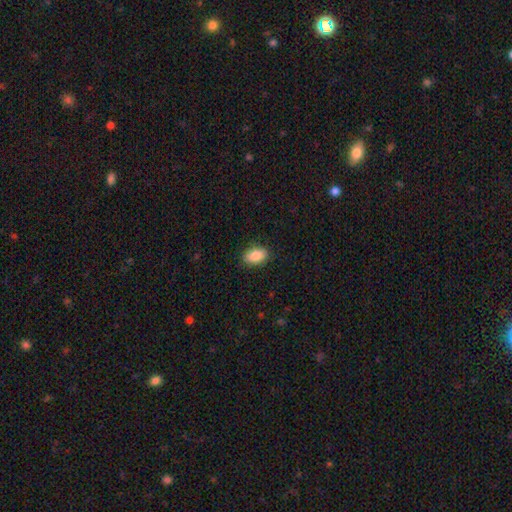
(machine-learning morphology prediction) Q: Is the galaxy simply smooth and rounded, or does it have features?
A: smooth — 88%.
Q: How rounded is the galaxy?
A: in between — 92%.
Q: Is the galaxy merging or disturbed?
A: none — 88%.